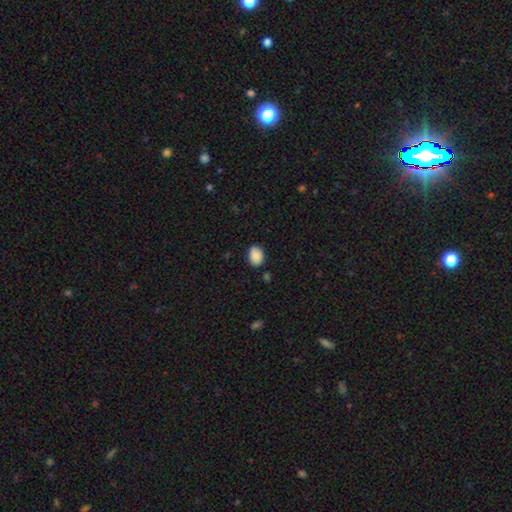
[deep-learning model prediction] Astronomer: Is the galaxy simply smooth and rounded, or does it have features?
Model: smooth — 87%.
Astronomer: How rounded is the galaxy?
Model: in between — 76%.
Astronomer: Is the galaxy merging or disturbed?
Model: none — 83%.